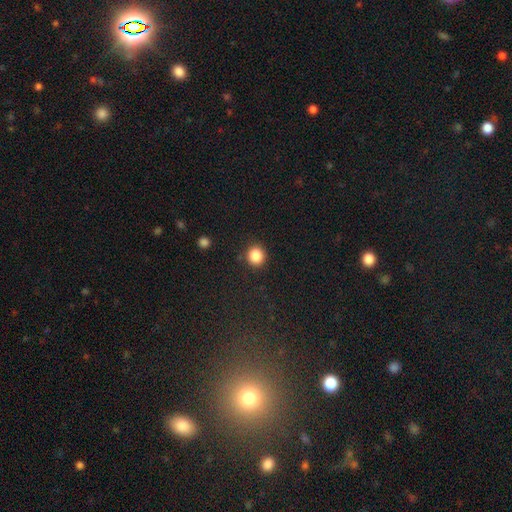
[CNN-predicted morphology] smooth-or-featured: smooth: 86% | star or artifact: 10% | featured or disk: 4%
  how-rounded: round: 90% | in between: 9% | cigar-shaped: 1%
  merging: none: 90% | minor disturbance: 6% | major disturbance: 2% | merger: 2%